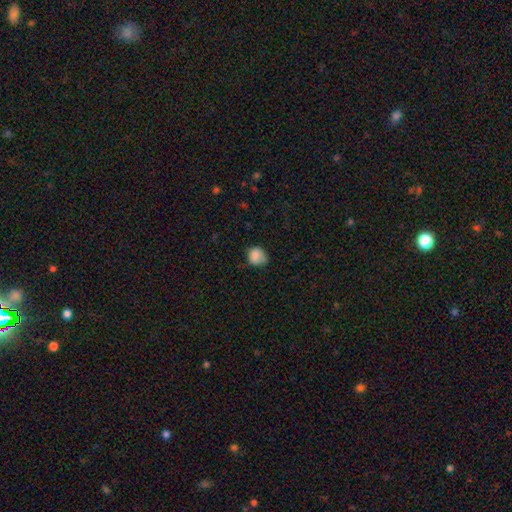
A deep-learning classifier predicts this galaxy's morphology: Q: Smooth or featured?
A: smooth (82%); runner-up: star or artifact (9%)
Q: How rounded?
A: round (68%); runner-up: in between (31%)
Q: Merging?
A: none (56%); runner-up: minor disturbance (32%)